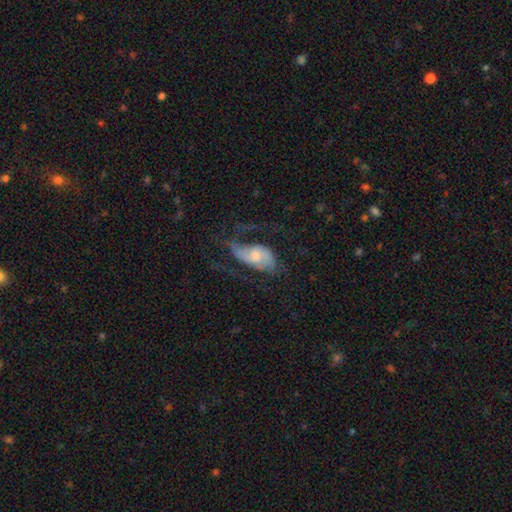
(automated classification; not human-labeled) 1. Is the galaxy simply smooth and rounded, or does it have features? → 71% featured or disk, 21% smooth, 7% star or artifact.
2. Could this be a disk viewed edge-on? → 95% no, 5% yes.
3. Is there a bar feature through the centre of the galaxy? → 57% no, 35% weak, 9% strong.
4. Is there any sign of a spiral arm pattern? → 88% yes, 12% no.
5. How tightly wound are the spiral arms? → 50% loose, 37% medium, 12% tight.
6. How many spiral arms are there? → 64% 2, 13% 1, 12% can't tell, 7% 3, 2% 4, 2% more than 4.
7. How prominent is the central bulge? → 50% moderate, 38% small, 7% large, 4% none, 2% dominant.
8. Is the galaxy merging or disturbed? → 42% none, 36% major disturbance, 20% minor disturbance, 2% merger.